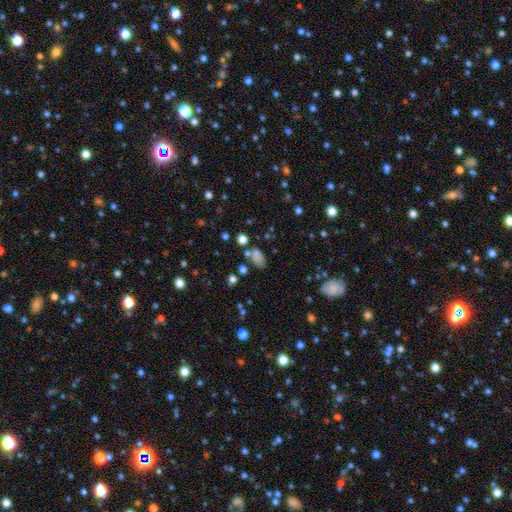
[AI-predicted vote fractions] Smooth or featured?
  - smooth: 69% *
  - star or artifact: 19%
  - featured or disk: 12%
How rounded?
  - in between: 82% *
  - round: 15%
  - cigar-shaped: 3%
Merging?
  - none: 56% *
  - minor disturbance: 20%
  - merger: 14%
  - major disturbance: 9%